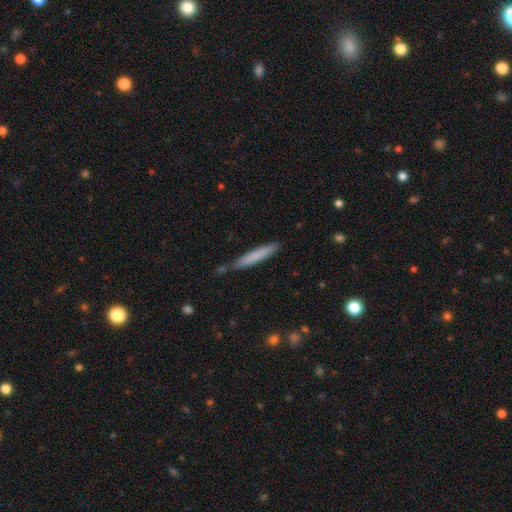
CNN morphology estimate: Smooth or featured? Predicted: smooth (p=0.76). How rounded? Predicted: cigar-shaped (p=0.95). Merging? Predicted: none (p=0.81).